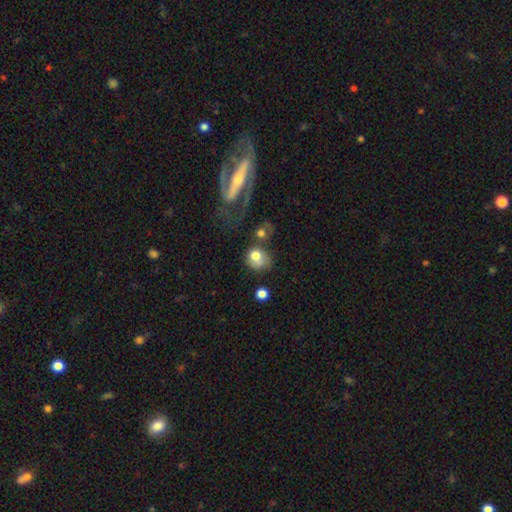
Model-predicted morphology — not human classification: A smooth galaxy with no disk features (72%) that is round (69%).

Vote fractions:
- Smooth or featured? smooth: 72% / featured or disk: 19% / star or artifact: 10%
- How rounded? round: 69% / in between: 30% / cigar-shaped: 1%
- Merging? none: 39% / merger: 25% / minor disturbance: 18% / major disturbance: 18%